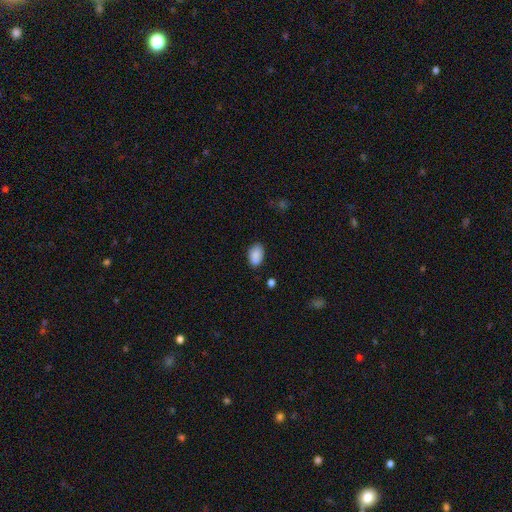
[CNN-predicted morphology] smooth-or-featured: smooth: 88% | star or artifact: 7% | featured or disk: 5%
  how-rounded: in between: 91% | round: 8% | cigar-shaped: 1%
  merging: none: 80% | minor disturbance: 15% | major disturbance: 3% | merger: 2%